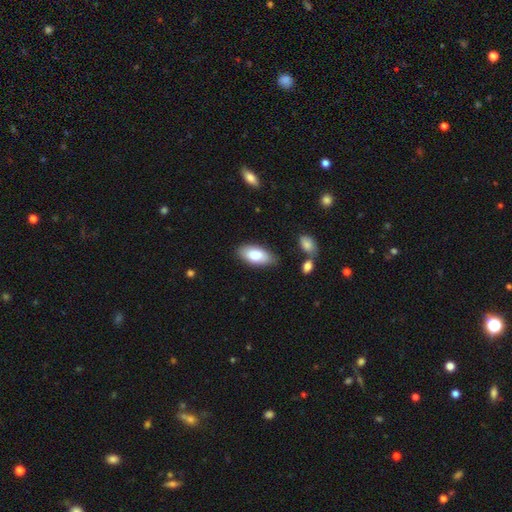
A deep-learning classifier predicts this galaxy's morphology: This is likely a smooth galaxy (78%). How rounded: clearly in between (91%). Merging: clearly none (84%).